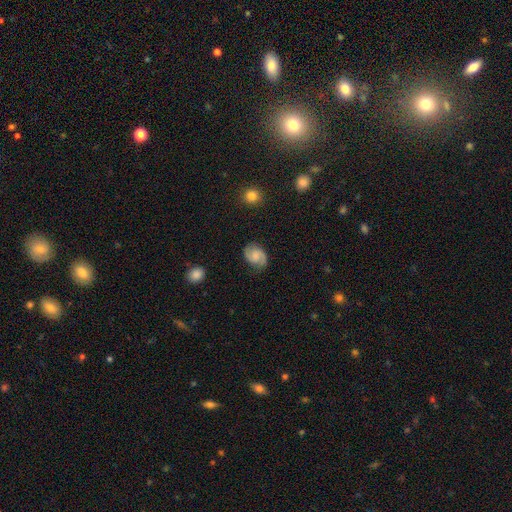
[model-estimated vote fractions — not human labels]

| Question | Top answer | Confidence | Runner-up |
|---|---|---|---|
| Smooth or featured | featured or disk | 55% | smooth (36%) |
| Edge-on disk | no | 98% | yes (2%) |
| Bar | no | 55% | weak (38%) |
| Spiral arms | yes | 92% | no (8%) |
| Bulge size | none | 36% | moderate (26%) |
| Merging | none | 77% | minor disturbance (17%) |